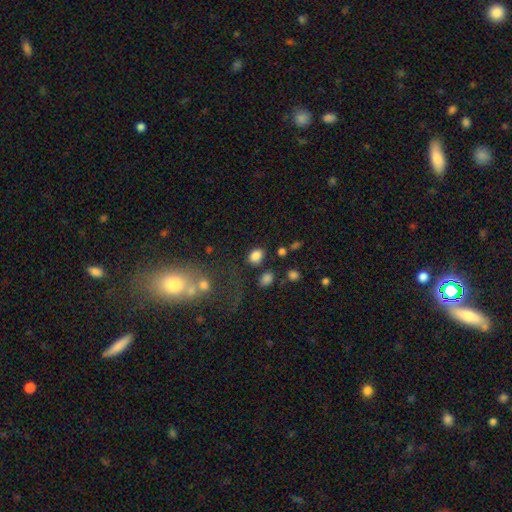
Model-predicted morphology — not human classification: Smooth or featured? smooth (83%)
How rounded? in between (61%)
Merging? none (78%)